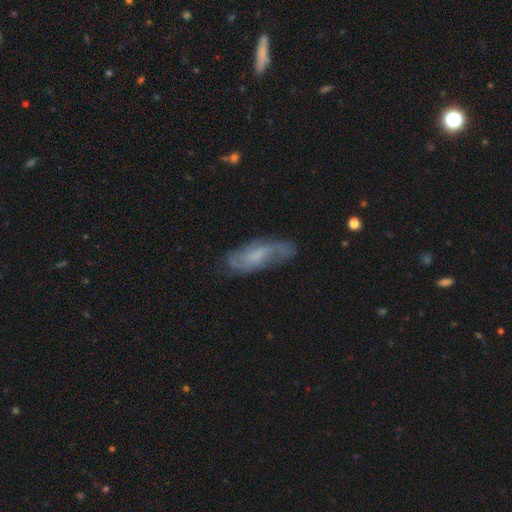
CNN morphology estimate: smooth-or-featured: featured or disk: 59% | smooth: 33% | star or artifact: 8%
  disk-edge-on: no: 84% | yes: 16%
  merging: none: 69% | minor disturbance: 21% | major disturbance: 8% | merger: 2%